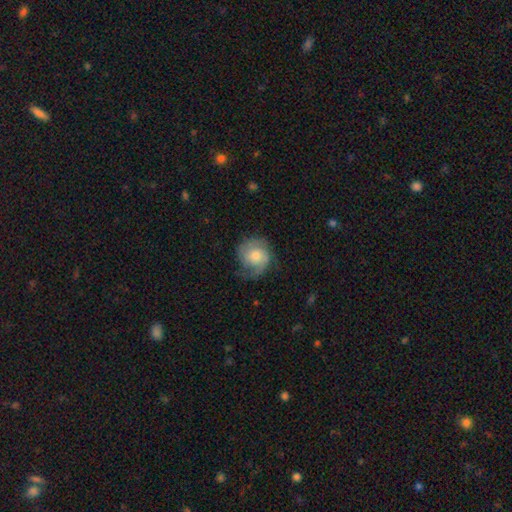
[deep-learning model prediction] Smooth or featured? featured or disk (61%)
Edge-on disk? no (98%)
Bar? no (72%)
Spiral arms? yes (90%)
Spiral winding? medium (41%, tied with tight)
Spiral arm count? 2 (66%)
Bulge size? moderate (50%)
Merging? none (61%)